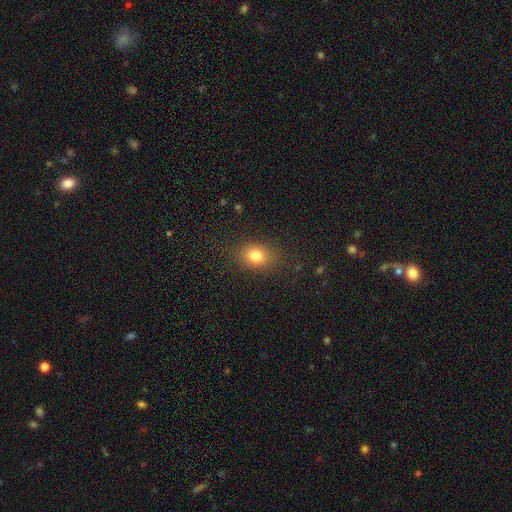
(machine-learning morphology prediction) This appears to be a smooth galaxy with no disk features (79%) that is in between round and cigar-shaped (61%). Merging: none (83%).